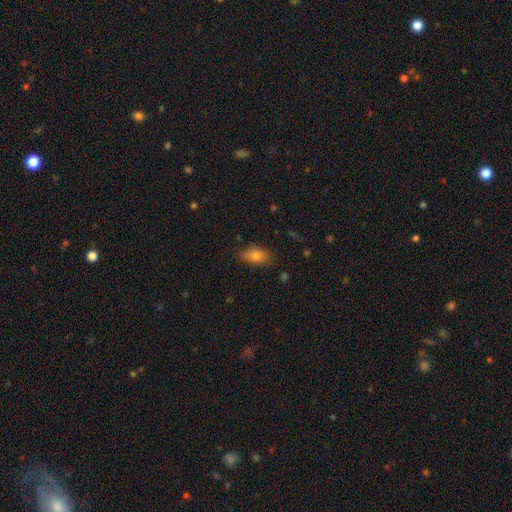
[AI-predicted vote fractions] Overall: smooth (79%). How rounded: in between (87%). Merging: none (82%).